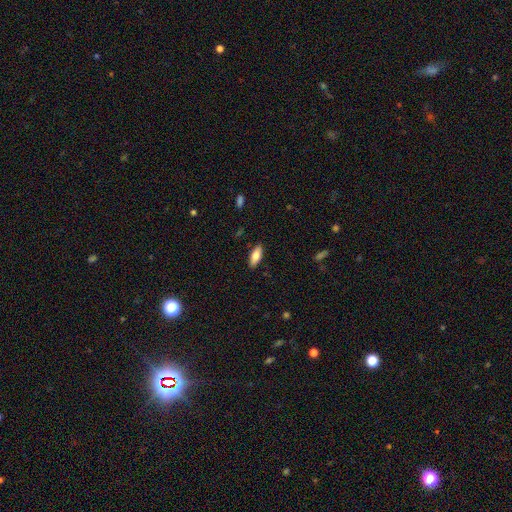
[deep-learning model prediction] smooth-or-featured: smooth: 77% | featured or disk: 17% | star or artifact: 6%
  how-rounded: in between: 74% | cigar-shaped: 24% | round: 2%
  merging: none: 89% | minor disturbance: 9% | major disturbance: 2% | merger: 1%